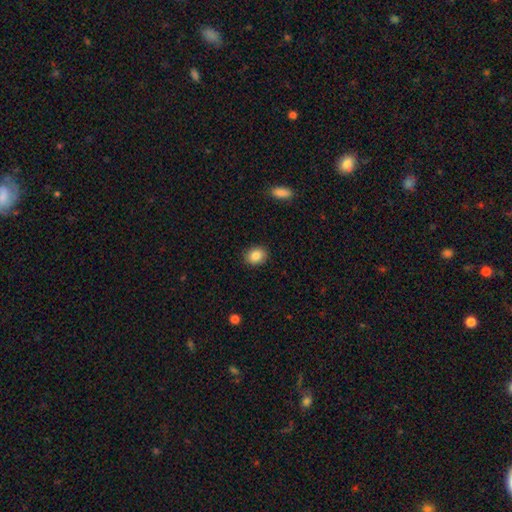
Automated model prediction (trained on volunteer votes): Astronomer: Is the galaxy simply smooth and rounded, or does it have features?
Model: smooth — 86%.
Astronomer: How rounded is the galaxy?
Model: round — 53% (runner-up: in between, 47%).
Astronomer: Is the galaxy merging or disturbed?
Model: none — 88%.